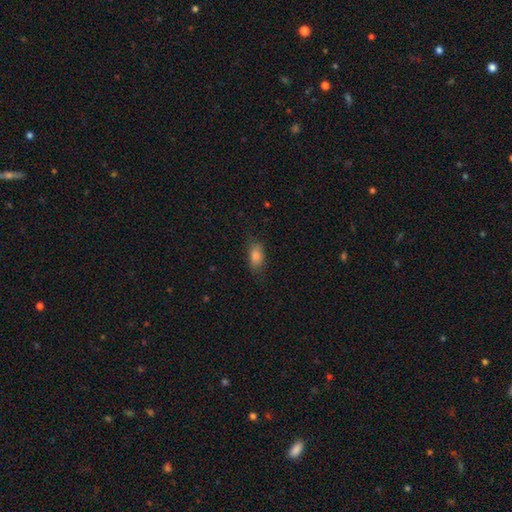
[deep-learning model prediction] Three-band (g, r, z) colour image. It shows a smooth galaxy with no disk features (80%) that is in between round and cigar-shaped (84%). Merging: none (77%).